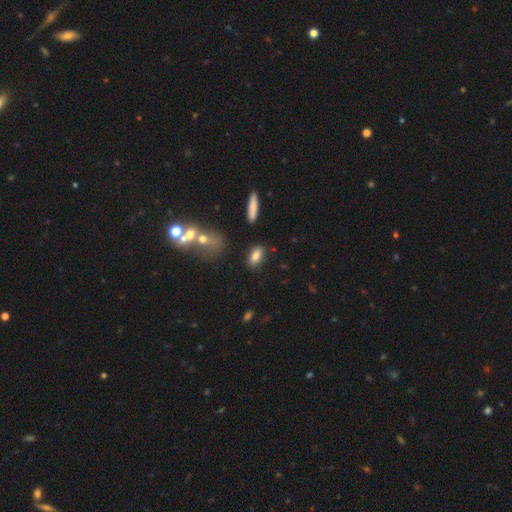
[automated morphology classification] Smooth or featured? smooth (82%)
How rounded? in between (85%)
Merging? none (82%)